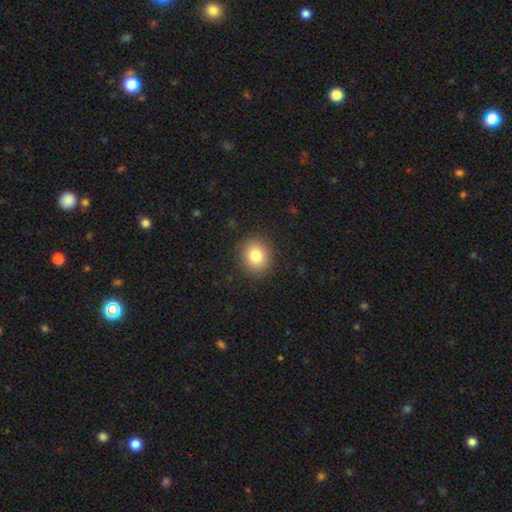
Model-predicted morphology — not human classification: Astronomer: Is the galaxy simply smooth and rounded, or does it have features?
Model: smooth — 83%.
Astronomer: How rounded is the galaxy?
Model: round — 79%.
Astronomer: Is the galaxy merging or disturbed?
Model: none — 89%.